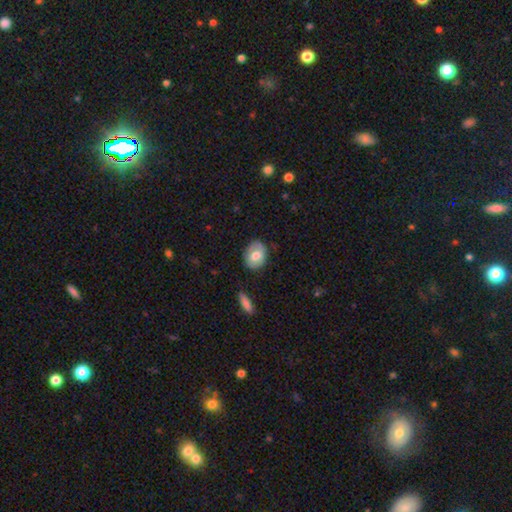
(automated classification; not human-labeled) This is likely a smooth galaxy (65%). How rounded: possibly in between (59%). Merging: likely none (78%).